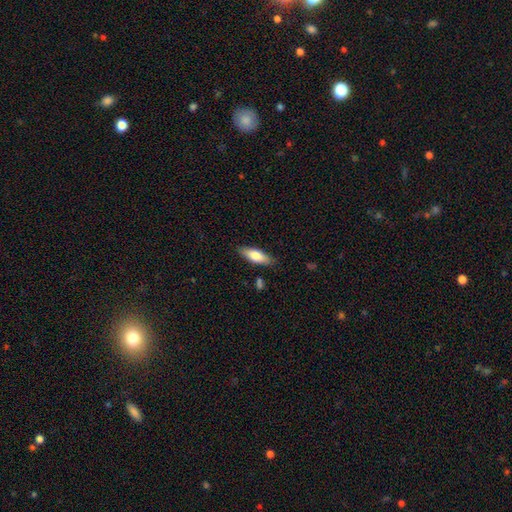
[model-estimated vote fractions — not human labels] Morphology: type=smooth (73%); roundness=in between (63%); merging=none (85%).